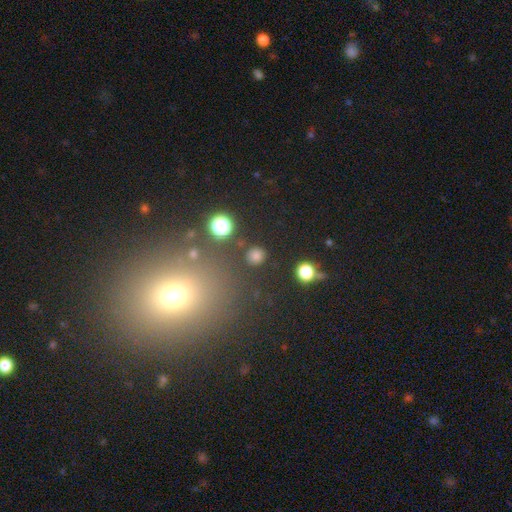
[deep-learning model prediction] The model was most divided on "smooth or featured": smooth: 77%, star or artifact: 18%, featured or disk: 5%. More confident: how rounded — round (92%); merging — none (87%).